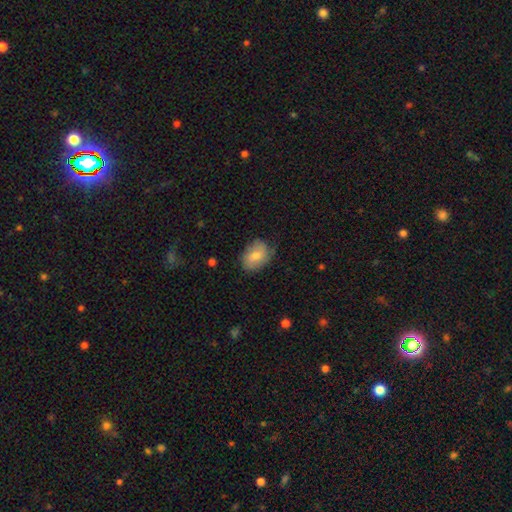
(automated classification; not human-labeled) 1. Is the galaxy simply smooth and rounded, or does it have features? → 73% smooth, 19% featured or disk, 8% star or artifact.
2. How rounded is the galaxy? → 72% in between, 26% round, 1% cigar-shaped.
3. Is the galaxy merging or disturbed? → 75% none, 20% minor disturbance, 4% major disturbance, 1% merger.